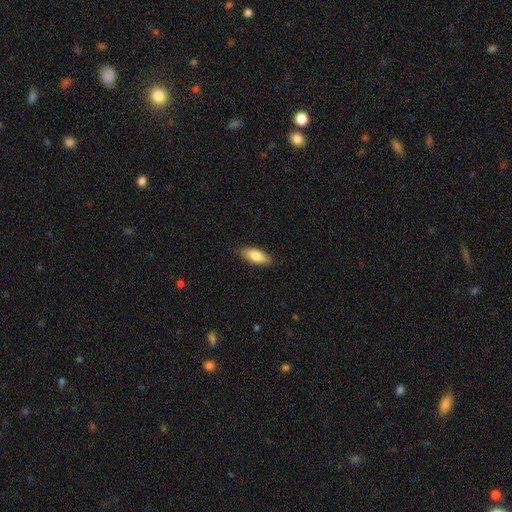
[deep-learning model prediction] A smooth galaxy with no disk features (85%) that is in between round and cigar-shaped (79%). Merging: none (85%).